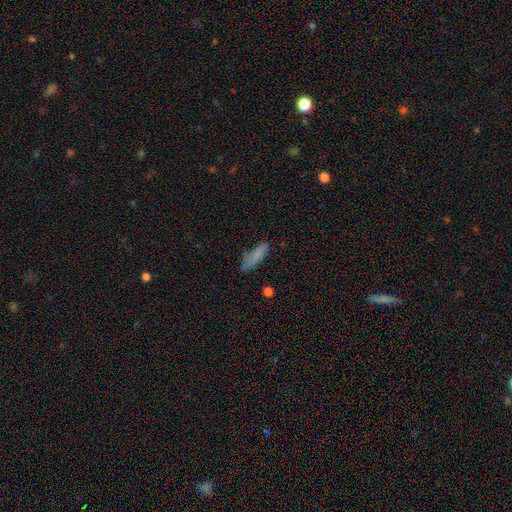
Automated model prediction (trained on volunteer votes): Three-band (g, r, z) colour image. It shows a smooth galaxy with no disk features (76%) that is in between round and cigar-shaped (50%). Merging: none (63%).